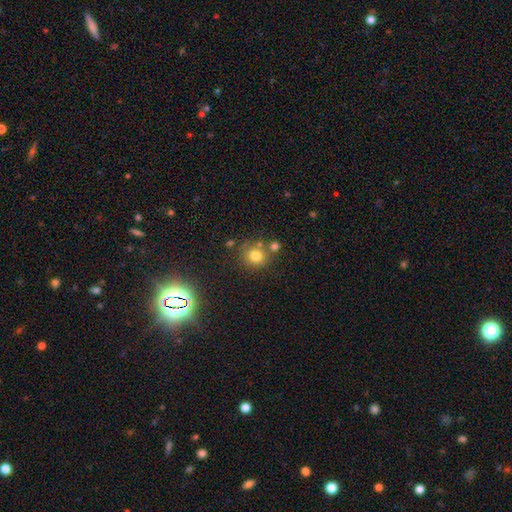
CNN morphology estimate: Smooth or featured: smooth — 77% (star or artifact — 15%)
How rounded: round — 86% (in between — 13%)
Merging: none — 69% (merger — 16%)